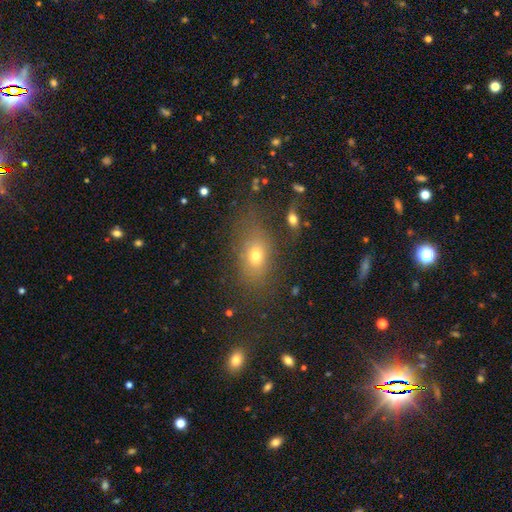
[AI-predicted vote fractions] smooth-or-featured: smooth: 67% | star or artifact: 18% | featured or disk: 15%
  how-rounded: in between: 75% | round: 22% | cigar-shaped: 4%
  merging: none: 72% | minor disturbance: 16% | major disturbance: 9% | merger: 4%